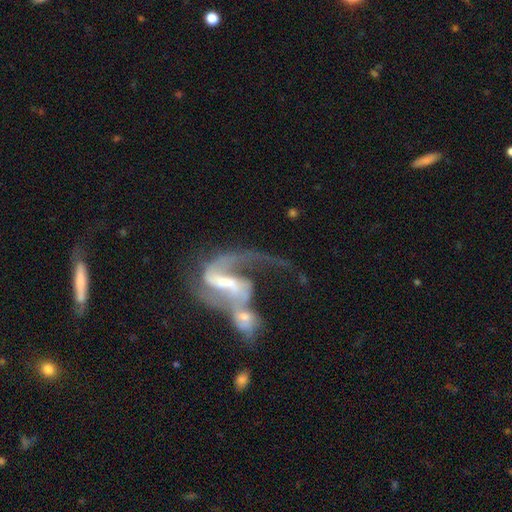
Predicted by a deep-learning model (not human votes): featured or disk 84%, star or artifact 8%, smooth 8%. Down the decision tree: edge-on disk — no (93%); bar — strong (42%); spiral arms — yes (88%); spiral arm count — 2 (55%); spiral winding — loose (56%); bulge size — small (43%); merging — merger (51%).